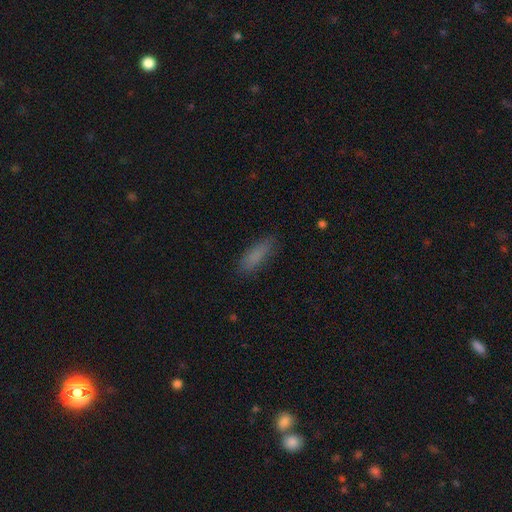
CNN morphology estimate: Smooth or featured? Predicted: smooth (p=0.83). How rounded? Predicted: cigar-shaped (p=0.50). Merging? Predicted: none (p=0.81).